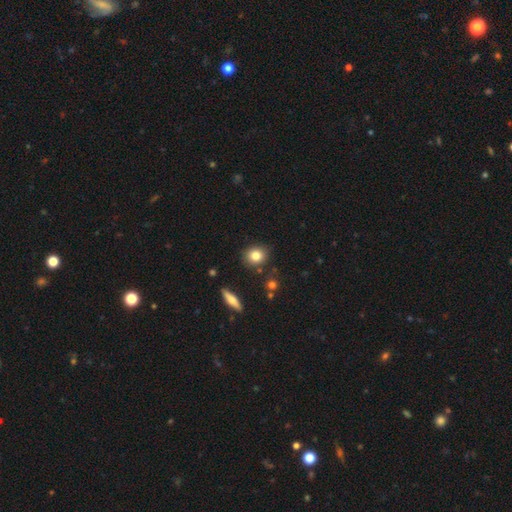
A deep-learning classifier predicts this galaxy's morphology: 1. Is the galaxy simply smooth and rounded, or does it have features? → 81% smooth, 9% star or artifact, 9% featured or disk.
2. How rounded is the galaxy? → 64% round, 34% in between, 2% cigar-shaped.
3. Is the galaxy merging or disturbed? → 84% none, 10% minor disturbance, 3% merger, 2% major disturbance.